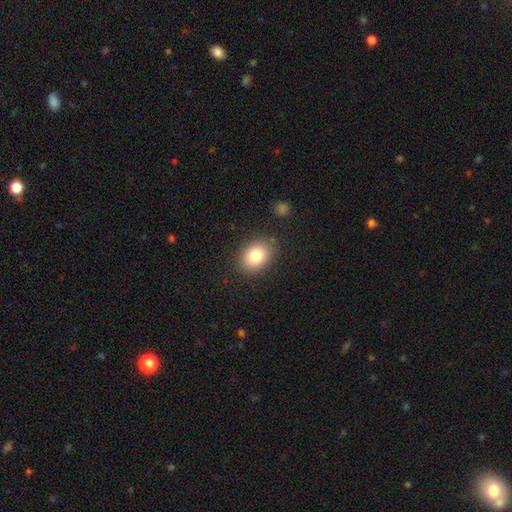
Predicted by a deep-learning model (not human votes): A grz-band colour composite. It shows a smooth galaxy with no disk features (82%) that is in between round and cigar-shaped (53%). Merging: none (85%).